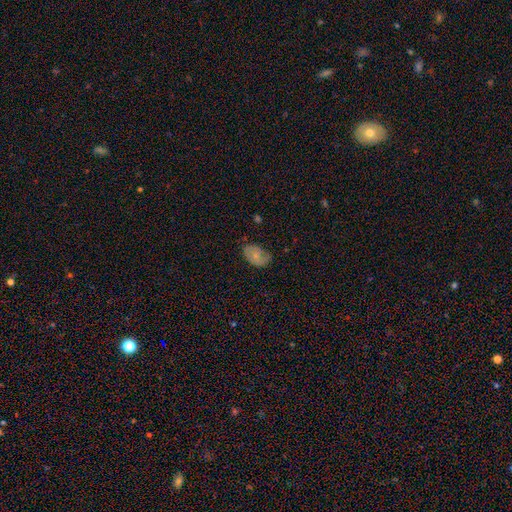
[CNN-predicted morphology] Smooth or featured?
  - smooth: 62% *
  - featured or disk: 30%
  - star or artifact: 8%
How rounded?
  - in between: 88% *
  - round: 11%
  - cigar-shaped: 1%
Merging?
  - none: 59% *
  - minor disturbance: 31%
  - major disturbance: 9%
  - merger: 1%